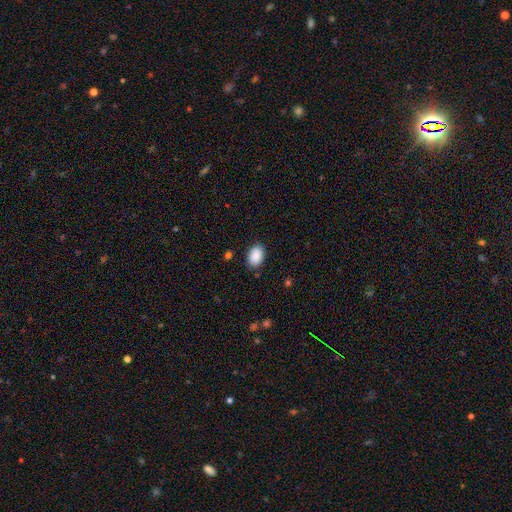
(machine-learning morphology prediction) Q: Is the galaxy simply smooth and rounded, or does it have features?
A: smooth — 90%.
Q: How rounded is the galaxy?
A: in between — 84%.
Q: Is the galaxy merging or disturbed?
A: none — 86%.